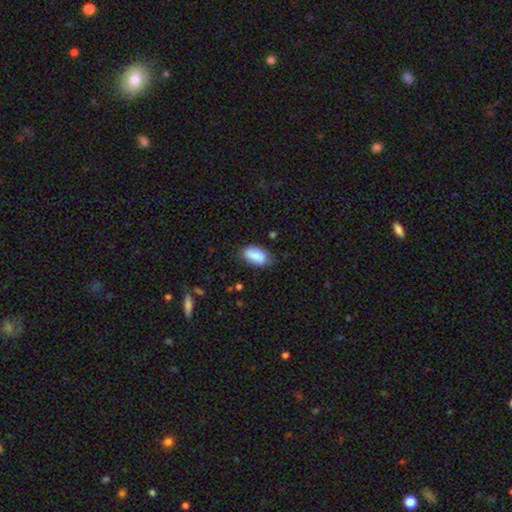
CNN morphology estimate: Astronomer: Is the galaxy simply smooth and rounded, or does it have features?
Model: smooth — 87%.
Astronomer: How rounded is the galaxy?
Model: in between — 94%.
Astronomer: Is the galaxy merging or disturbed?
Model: none — 75%.